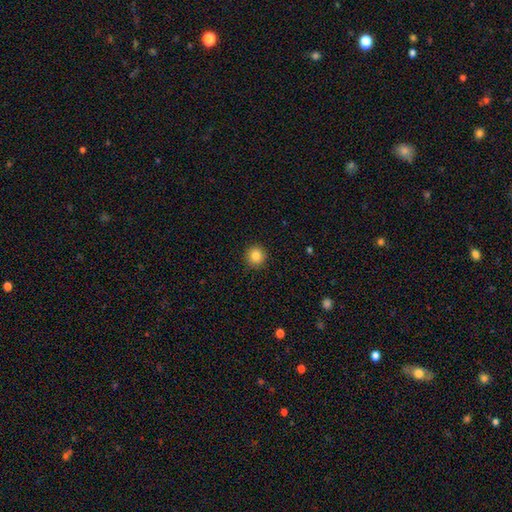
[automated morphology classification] type=smooth (85%); roundness=round (93%); merging=none (91%).